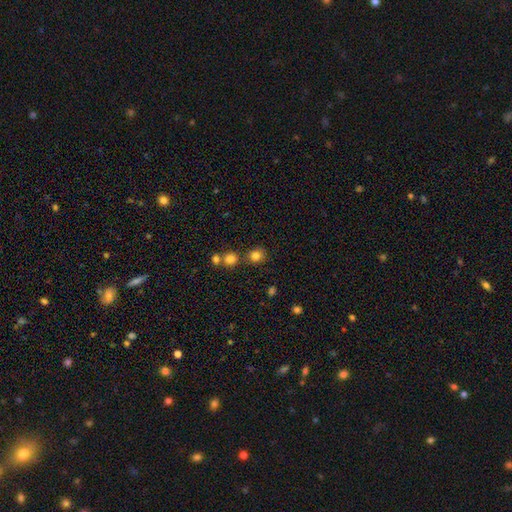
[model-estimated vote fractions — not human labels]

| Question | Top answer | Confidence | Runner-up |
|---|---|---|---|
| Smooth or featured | smooth | 81% | star or artifact (13%) |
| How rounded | round | 86% | in between (13%) |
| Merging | none | 76% | merger (12%) |